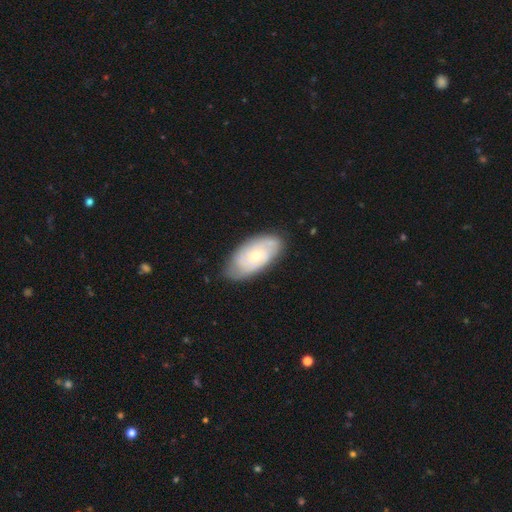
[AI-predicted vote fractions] Smooth or featured? featured or disk (61%)
Edge-on disk? no (93%)
Bar? no (79%)
Spiral arms? yes (82%)
Bulge size? small (65%)
Merging? none (79%)